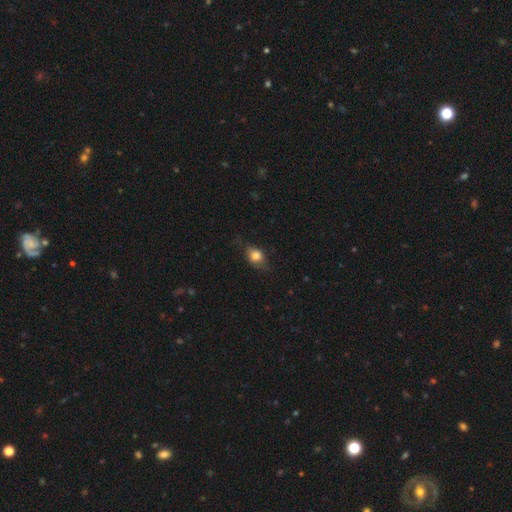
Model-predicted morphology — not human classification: type=smooth (75%); roundness=in between (61%); merging=none (65%).